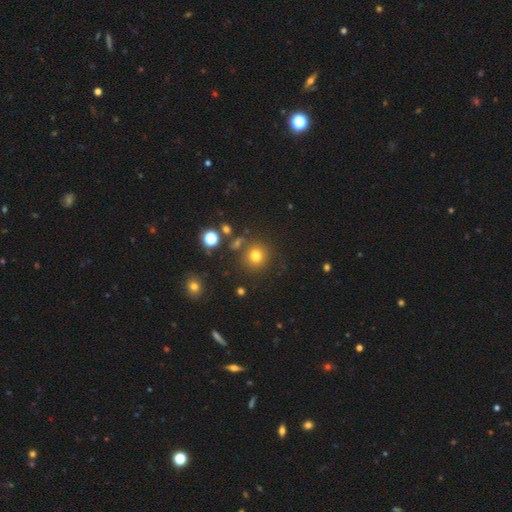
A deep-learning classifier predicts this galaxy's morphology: Smooth or featured?
  - smooth: 74% *
  - star or artifact: 18%
  - featured or disk: 8%
How rounded?
  - round: 91% *
  - in between: 8%
  - cigar-shaped: 1%
Merging?
  - none: 80% *
  - minor disturbance: 9%
  - merger: 7%
  - major disturbance: 4%